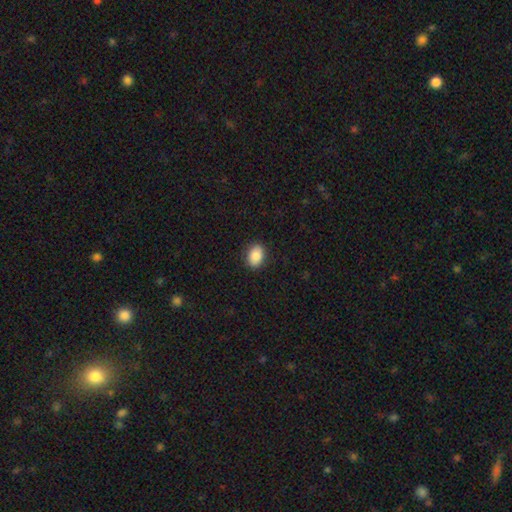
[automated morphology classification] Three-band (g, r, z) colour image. It shows a smooth galaxy with no disk features (87%) that is in between round and cigar-shaped (77%). Merging: none (89%).